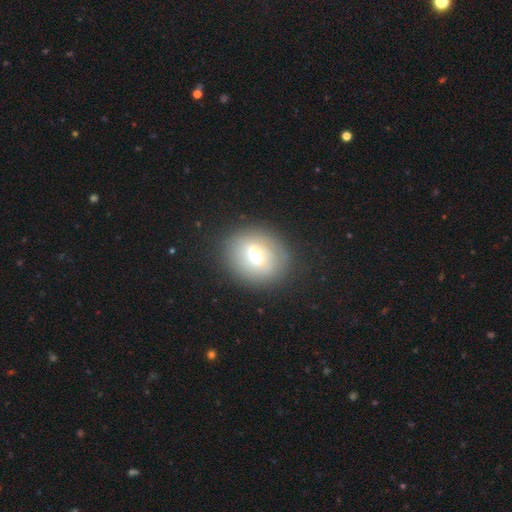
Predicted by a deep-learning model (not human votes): smooth 53%, featured or disk 36%, star or artifact 11%. Down the decision tree: how rounded — round (64%); merging — none (82%).